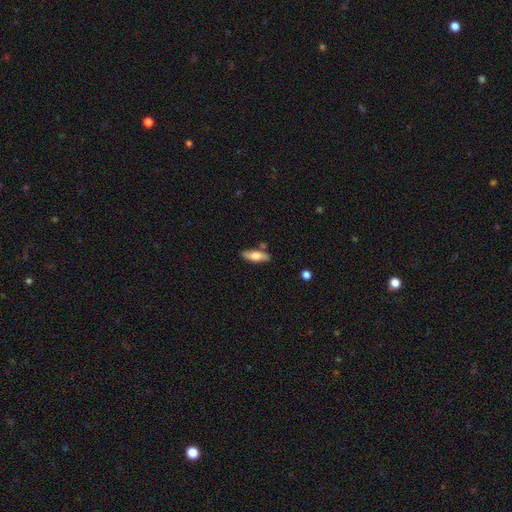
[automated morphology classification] Smooth or featured?
  - smooth: 70% *
  - featured or disk: 24%
  - star or artifact: 6%
How rounded?
  - in between: 60% *
  - cigar-shaped: 37%
  - round: 2%
Merging?
  - none: 78% *
  - minor disturbance: 14%
  - merger: 5%
  - major disturbance: 3%